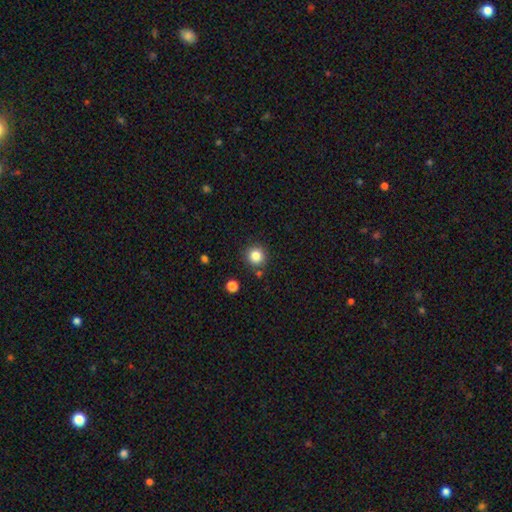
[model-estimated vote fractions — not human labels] smooth 84%, star or artifact 11%, featured or disk 5%. Down the decision tree: how rounded — round (94%); merging — none (86%).